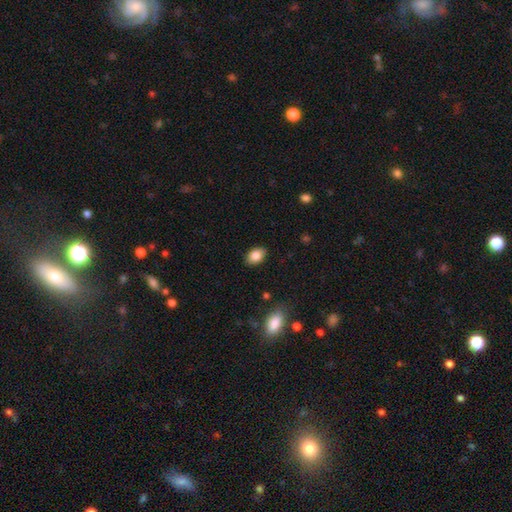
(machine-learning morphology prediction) This is clearly a smooth galaxy (85%). How rounded: clearly in between (86%). Merging: clearly none (87%).